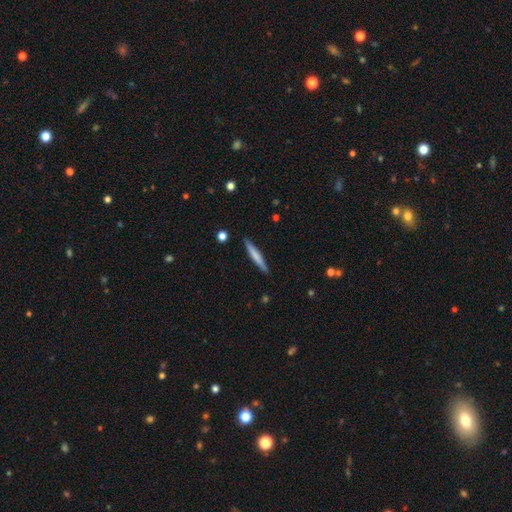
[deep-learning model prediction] Smooth or featured?
  - smooth: 62% *
  - featured or disk: 33%
  - star or artifact: 5%
How rounded?
  - cigar-shaped: 95% *
  - in between: 3%
  - round: 1%
Merging?
  - none: 90% *
  - minor disturbance: 8%
  - major disturbance: 1%
  - merger: 1%